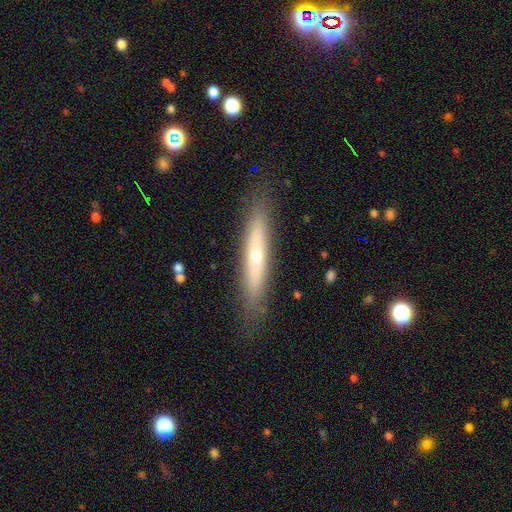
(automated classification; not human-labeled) This is possibly a featured or disk galaxy (49%). Merging: clearly none (86%).